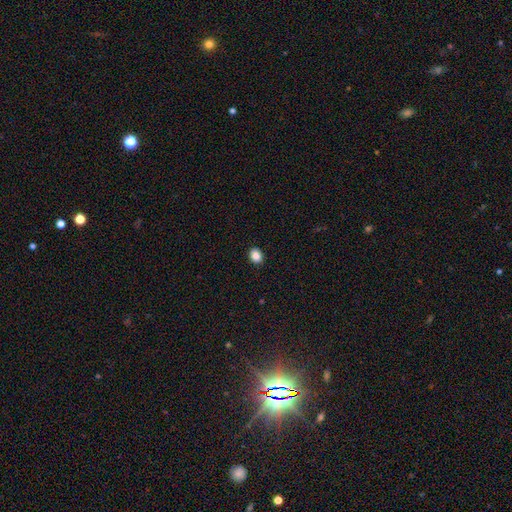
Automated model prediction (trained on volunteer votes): Smooth or featured: smooth — 86% (star or artifact — 10%)
How rounded: round — 51% (in between — 48%)
Merging: none — 91% (minor disturbance — 6%)